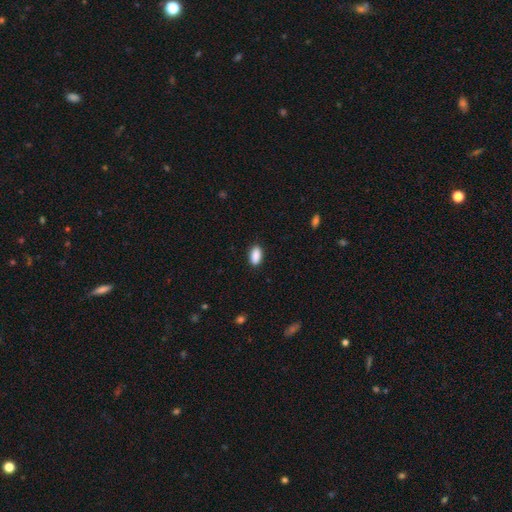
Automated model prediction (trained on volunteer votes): Smooth or featured? smooth (90%)
How rounded? in between (92%)
Merging? none (88%)